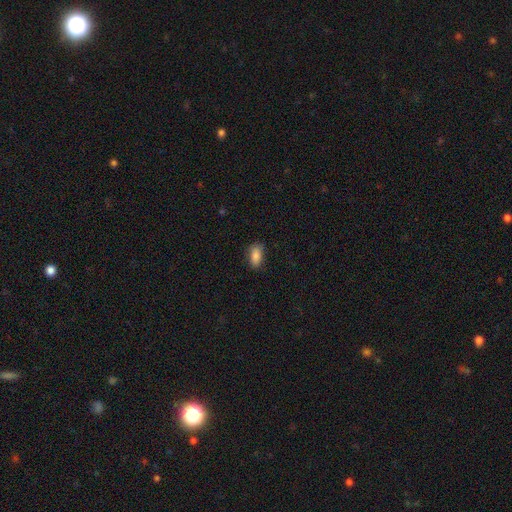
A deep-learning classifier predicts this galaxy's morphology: A smooth galaxy with no disk features (85%) that is in between round and cigar-shaped (89%). Merging: none (79%).